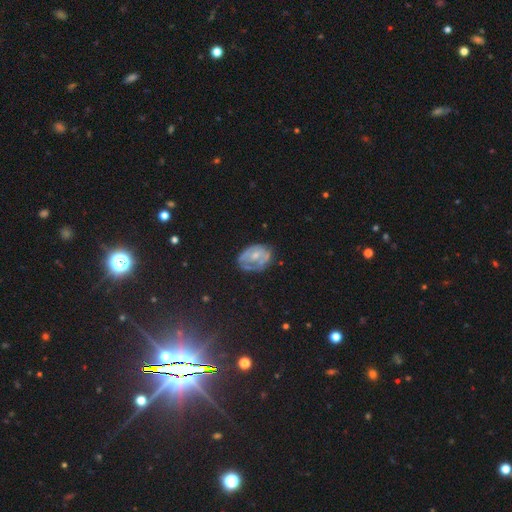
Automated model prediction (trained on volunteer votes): A featured or disk galaxy (54%) with no bar (78%), no spiral arms (56%) and a small central bulge (51%). Merging: none (51%).